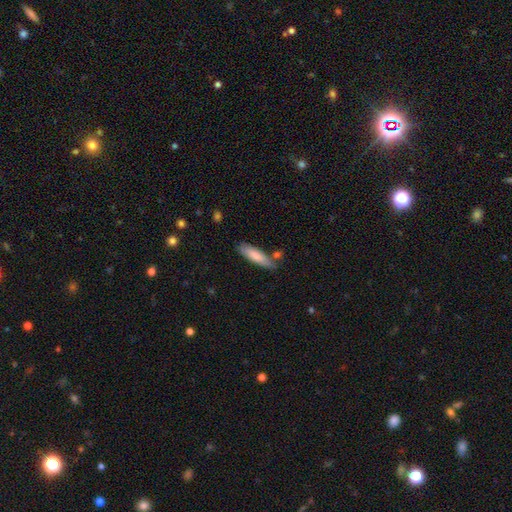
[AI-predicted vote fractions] A smooth galaxy with no disk features (80%) that is cigar-shaped (61%). Merging: none (70%).